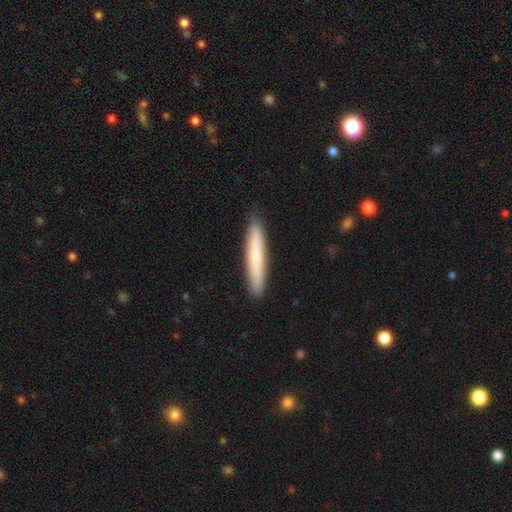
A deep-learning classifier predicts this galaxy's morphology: A smooth galaxy with no disk features (71%) that is cigar-shaped (94%).

Vote fractions:
- Smooth or featured? smooth: 71% / featured or disk: 24% / star or artifact: 5%
- How rounded? cigar-shaped: 94% / in between: 5% / round: 1%
- Merging? none: 91% / minor disturbance: 7% / major disturbance: 1% / merger: 1%